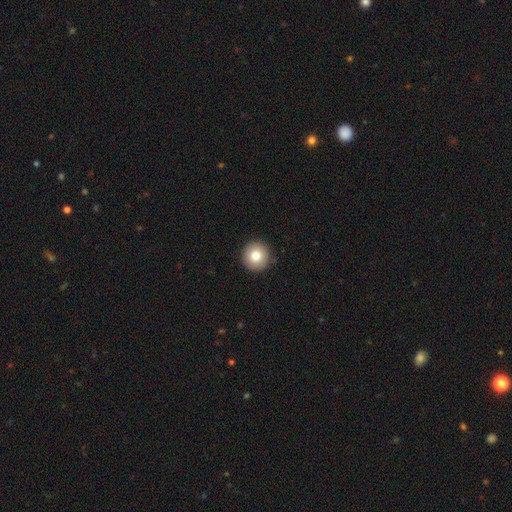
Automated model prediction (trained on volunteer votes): Smooth or featured?
  - smooth: 84% *
  - featured or disk: 8%
  - star or artifact: 8%
How rounded?
  - round: 95% *
  - in between: 4%
  - cigar-shaped: 1%
Merging?
  - none: 92% *
  - minor disturbance: 6%
  - major disturbance: 2%
  - merger: 1%